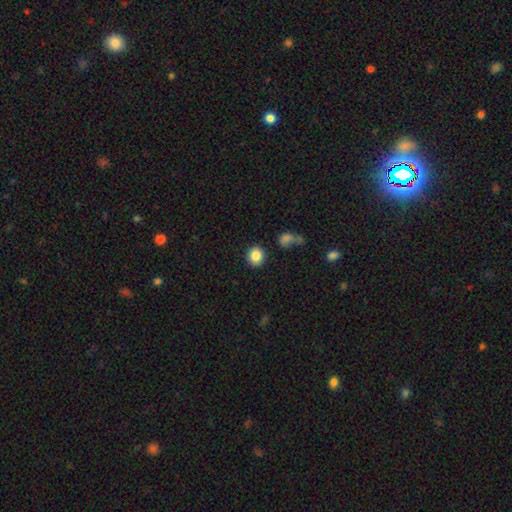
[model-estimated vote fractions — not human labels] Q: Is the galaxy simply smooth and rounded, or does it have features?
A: smooth — 85%.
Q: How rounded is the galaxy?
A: round — 77%.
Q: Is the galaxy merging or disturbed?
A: none — 88%.